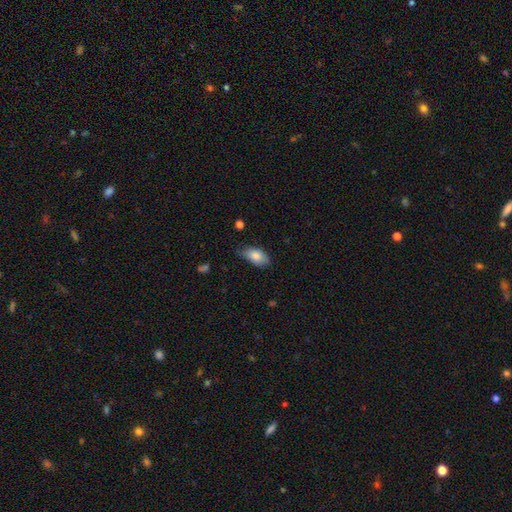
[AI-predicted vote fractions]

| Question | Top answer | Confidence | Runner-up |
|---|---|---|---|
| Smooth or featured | smooth | 82% | featured or disk (11%) |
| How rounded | in between | 93% | round (4%) |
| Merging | none | 61% | minor disturbance (32%) |